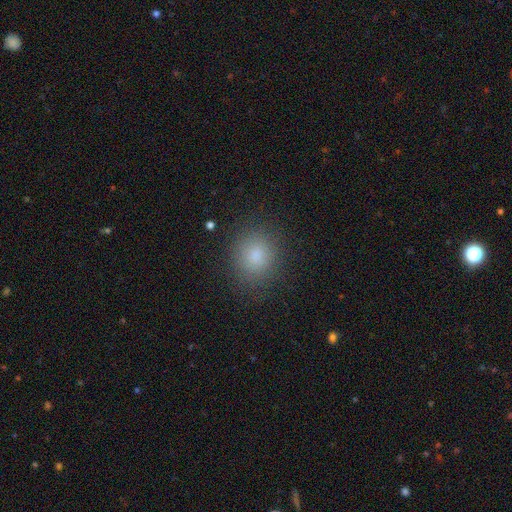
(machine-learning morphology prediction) Smooth or featured?
  - smooth: 82% *
  - star or artifact: 12%
  - featured or disk: 7%
How rounded?
  - round: 75% *
  - in between: 24%
  - cigar-shaped: 1%
Merging?
  - none: 86% *
  - minor disturbance: 10%
  - major disturbance: 4%
  - merger: 1%